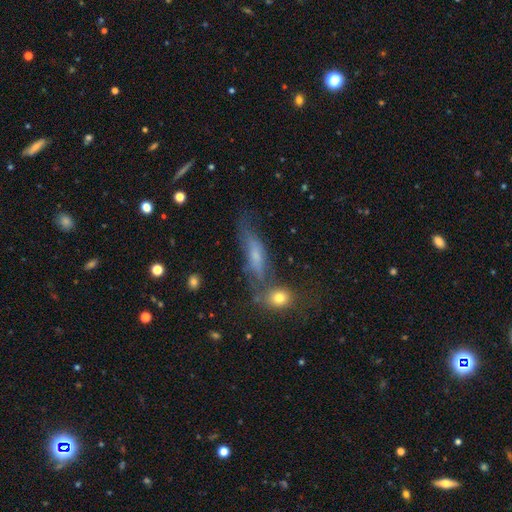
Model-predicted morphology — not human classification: Q: Smooth or featured?
A: smooth (50%); runner-up: featured or disk (37%)
Q: Merging?
A: none (44%); runner-up: minor disturbance (23%)